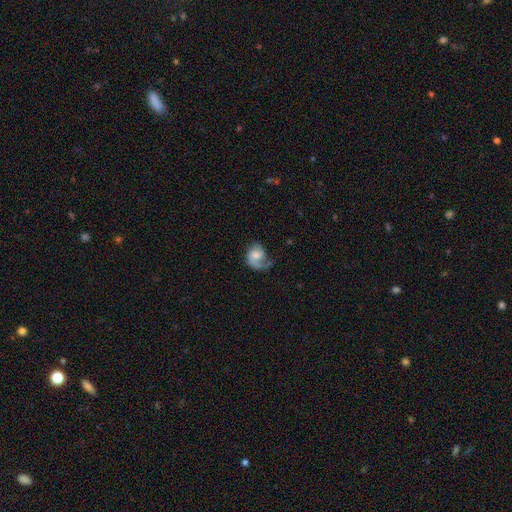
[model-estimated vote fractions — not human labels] The model was most divided on "spiral winding": loose: 41%, medium: 37%, tight: 22%. Remaining: edge-on disk — no (98%); spiral arms — yes (93%); spiral arm count — 1 (72%); smooth or featured — featured or disk (67%); bar — no (62%); merging — none (44%); bulge size — moderate (42%).